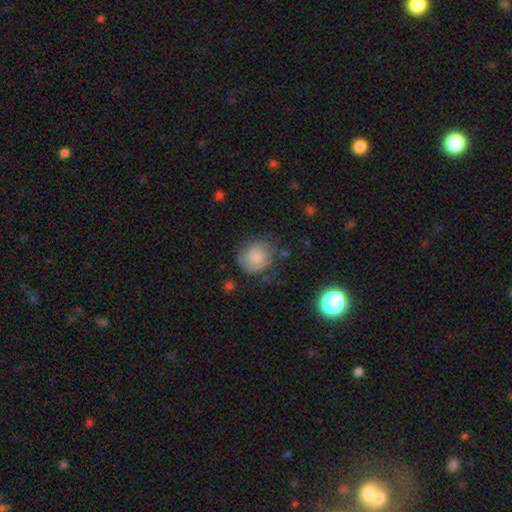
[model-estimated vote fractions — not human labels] Smooth or featured? smooth (50%)
Merging? none (67%)